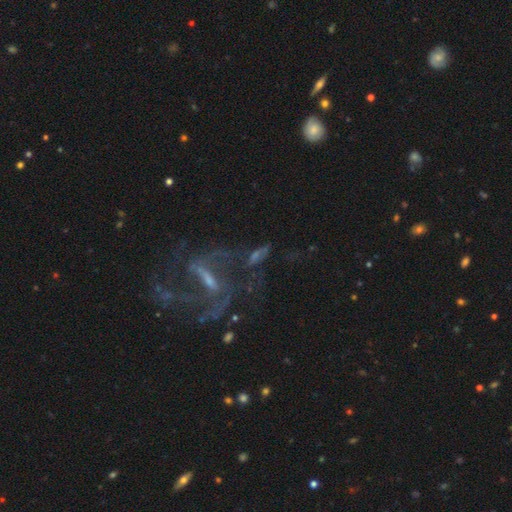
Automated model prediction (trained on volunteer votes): smooth_or_featured: featured or disk (p=0.72) [alt: star or artifact p=0.17]
disk_edge_on: no (p=0.86) [alt: yes p=0.14]
bar: strong (p=0.51) [alt: weak p=0.32]
has_spiral_arms: yes (p=0.81) [alt: no p=0.19]
spiral_winding: medium (p=0.40) [alt: loose p=0.37]
spiral_arm_count: 2 (p=0.60) [alt: can't tell p=0.19]
bulge_size: small (p=0.41) [alt: moderate p=0.30]
merging: none (p=0.48) [alt: major disturbance p=0.24]